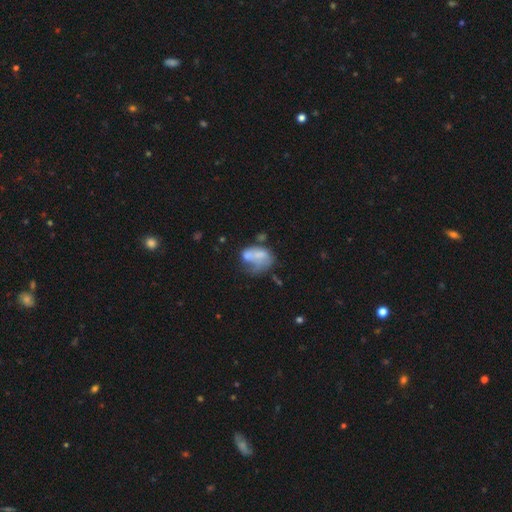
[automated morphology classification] Q: Smooth or featured?
A: smooth (53%); runner-up: featured or disk (37%)
Q: How rounded?
A: in between (75%); runner-up: round (23%)
Q: Merging?
A: major disturbance (34%); runner-up: merger (24%)